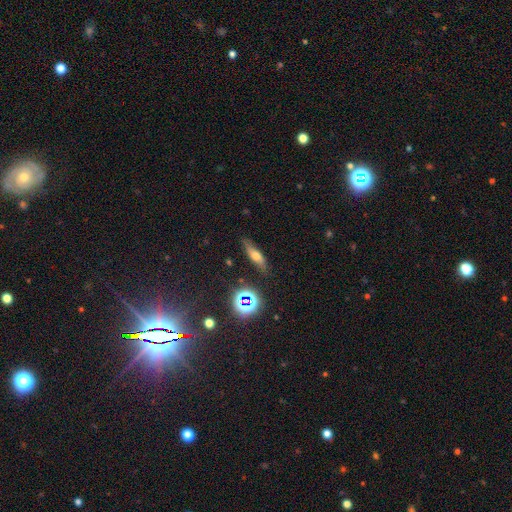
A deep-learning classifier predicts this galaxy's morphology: smooth_or_featured: smooth (p=0.51) [alt: featured or disk p=0.34]
how_rounded: cigar-shaped (p=0.61) [alt: in between p=0.34]
merging: none (p=0.81) [alt: minor disturbance p=0.14]